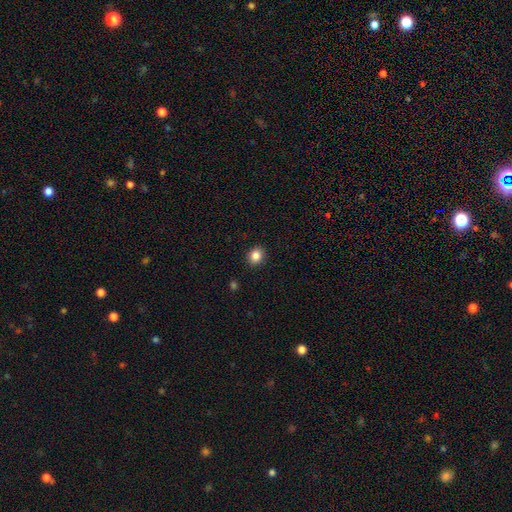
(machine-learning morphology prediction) A smooth galaxy with no disk features (85%) that is round (74%). Merging: none (91%).